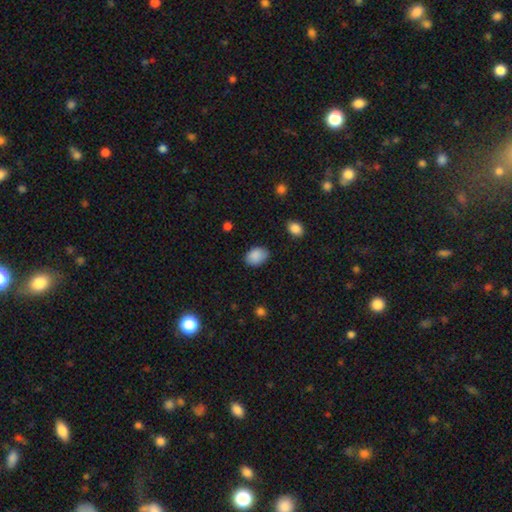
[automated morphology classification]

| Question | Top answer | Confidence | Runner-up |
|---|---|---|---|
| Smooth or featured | smooth | 89% | star or artifact (7%) |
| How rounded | in between | 81% | round (18%) |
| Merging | none | 80% | minor disturbance (16%) |